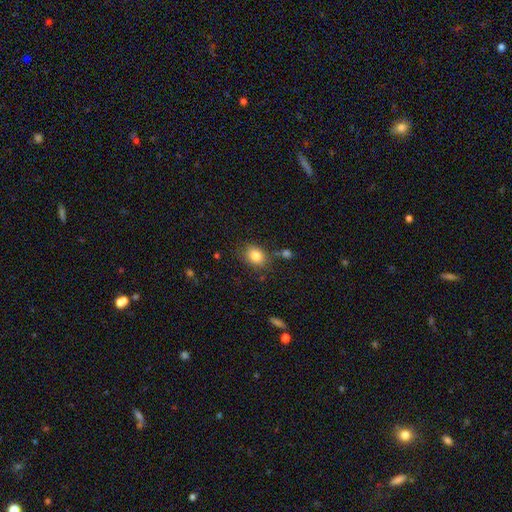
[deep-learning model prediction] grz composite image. It shows a smooth galaxy with no disk features (83%) that is in between round and cigar-shaped (56%). Merging: none (79%).